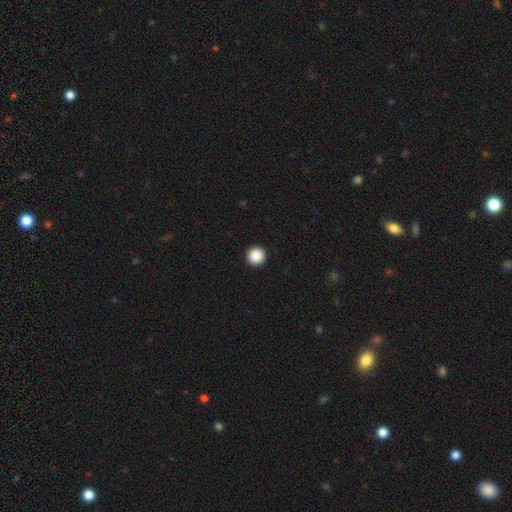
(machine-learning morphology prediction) Smooth or featured? smooth (87%)
How rounded? round (97%)
Merging? none (94%)